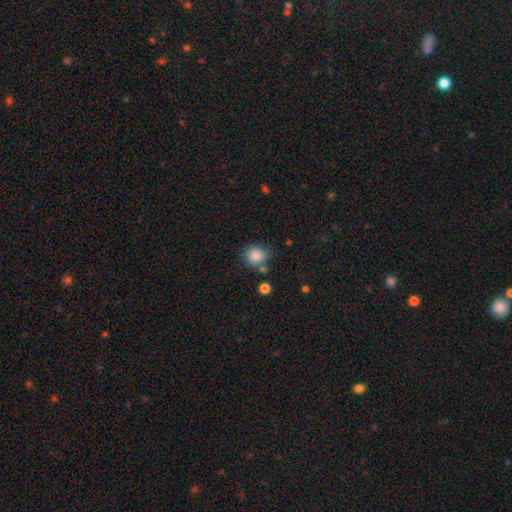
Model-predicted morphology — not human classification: The model was most divided on "merging": none: 72%, minor disturbance: 14%, merger: 10%, major disturbance: 4%. More confident: smooth or featured — smooth (86%); how rounded — round (79%).